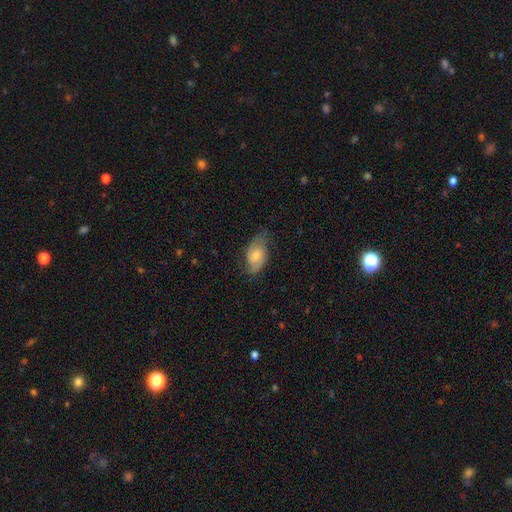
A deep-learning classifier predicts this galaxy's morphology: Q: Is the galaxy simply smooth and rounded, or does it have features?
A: smooth — 52%.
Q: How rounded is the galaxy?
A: in between — 90%.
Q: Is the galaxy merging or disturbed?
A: none — 58%.